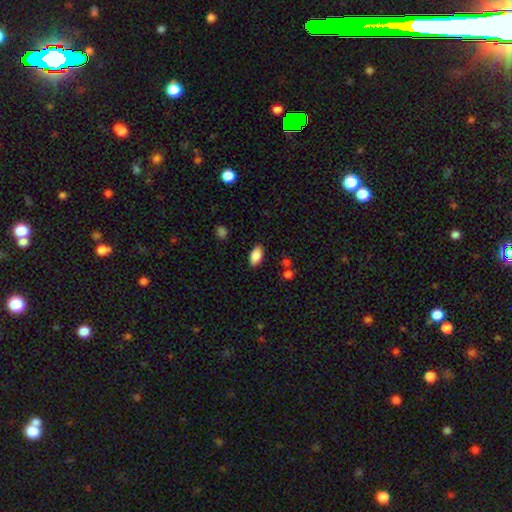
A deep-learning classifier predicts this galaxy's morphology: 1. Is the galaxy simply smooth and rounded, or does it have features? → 87% smooth, 7% star or artifact, 6% featured or disk.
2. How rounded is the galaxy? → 93% in between, 4% round, 3% cigar-shaped.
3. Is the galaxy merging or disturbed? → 85% none, 11% minor disturbance, 3% major disturbance, 2% merger.